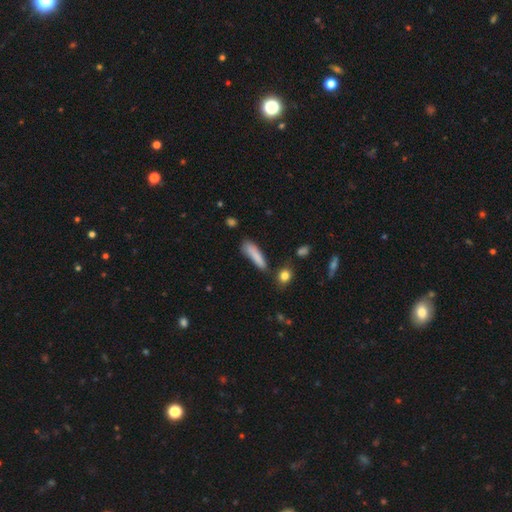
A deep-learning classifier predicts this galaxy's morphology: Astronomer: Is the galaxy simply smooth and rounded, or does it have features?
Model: smooth — 82%.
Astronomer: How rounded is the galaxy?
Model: cigar-shaped — 73%.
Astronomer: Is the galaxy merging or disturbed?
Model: none — 62%.